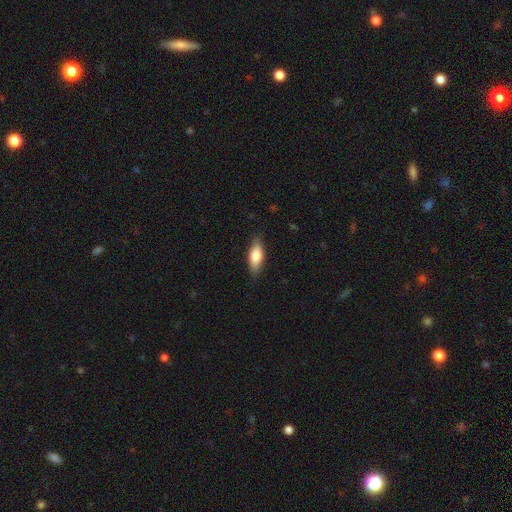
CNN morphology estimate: Smooth or featured: smooth — 75% (featured or disk — 19%)
How rounded: in between — 72% (cigar-shaped — 26%)
Merging: none — 83% (minor disturbance — 13%)